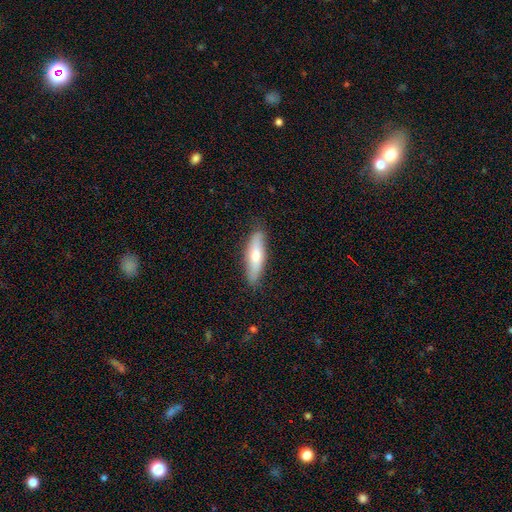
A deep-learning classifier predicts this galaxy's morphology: Q: Smooth or featured?
A: smooth (63%); runner-up: featured or disk (32%)
Q: How rounded?
A: cigar-shaped (61%); runner-up: in between (37%)
Q: Merging?
A: none (84%); runner-up: minor disturbance (13%)